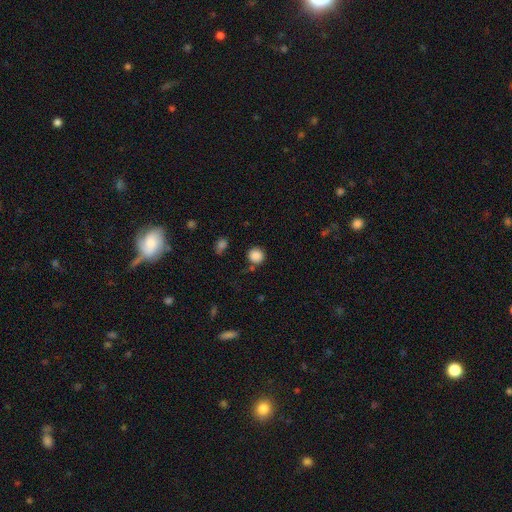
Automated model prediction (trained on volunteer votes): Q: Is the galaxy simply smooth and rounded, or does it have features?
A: smooth — 87%.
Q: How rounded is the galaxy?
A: round — 90%.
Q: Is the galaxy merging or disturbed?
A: none — 81%.